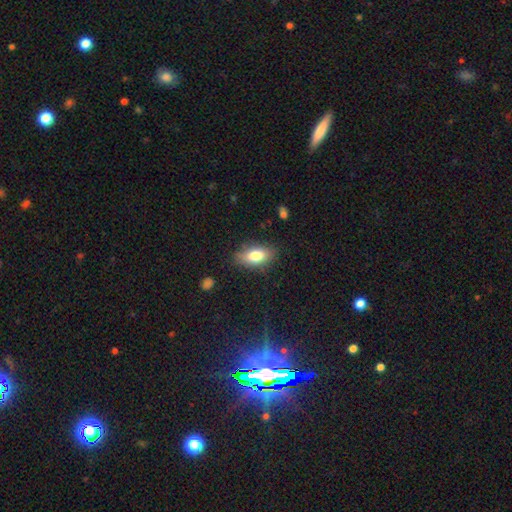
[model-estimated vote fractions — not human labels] smooth-or-featured: smooth: 78% | featured or disk: 14% | star or artifact: 8%
  how-rounded: in between: 87% | cigar-shaped: 7% | round: 6%
  merging: none: 79% | minor disturbance: 16% | major disturbance: 4% | merger: 1%